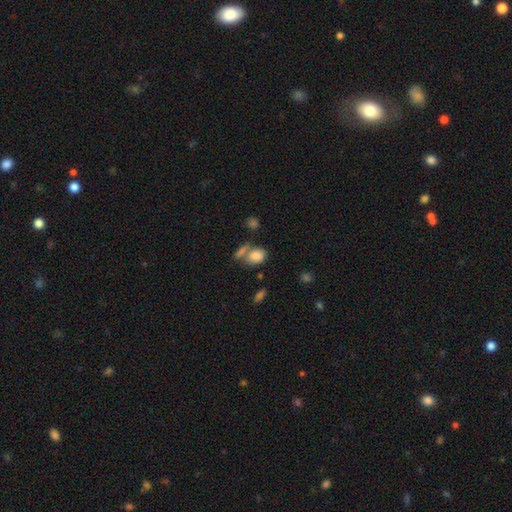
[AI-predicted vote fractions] The model was most divided on "merging": none: 45%, merger: 35%, minor disturbance: 13%, major disturbance: 7%. More confident: smooth or featured — smooth (82%); how rounded — in between (69%).